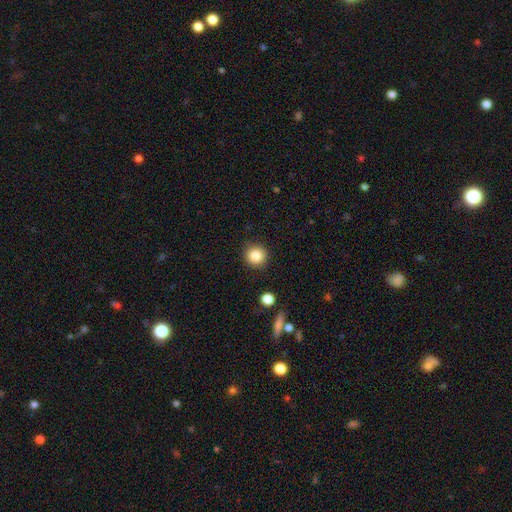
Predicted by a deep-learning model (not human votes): A smooth galaxy with no disk features (85%) that is round (93%).

Vote fractions:
- Smooth or featured? smooth: 85% / star or artifact: 10% / featured or disk: 5%
- How rounded? round: 93% / in between: 6% / cigar-shaped: 1%
- Merging? none: 88% / minor disturbance: 8% / major disturbance: 2% / merger: 2%